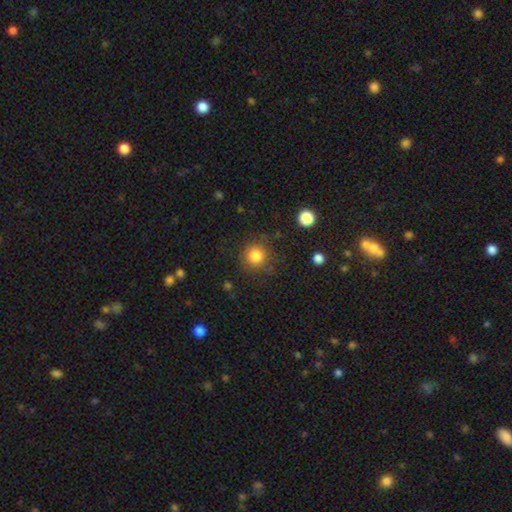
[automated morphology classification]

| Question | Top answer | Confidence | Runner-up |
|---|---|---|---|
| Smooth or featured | smooth | 82% | star or artifact (12%) |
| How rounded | round | 93% | in between (6%) |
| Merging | none | 82% | minor disturbance (11%) |